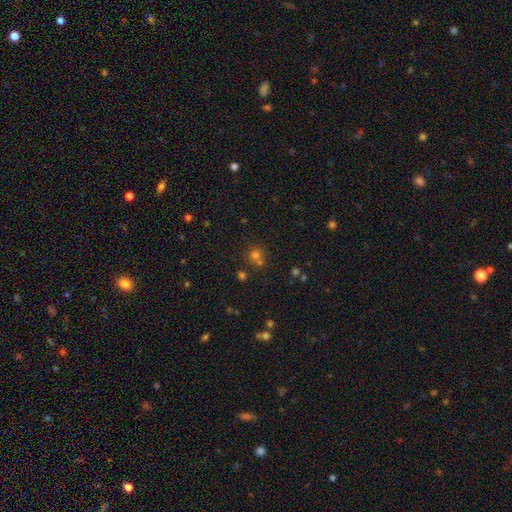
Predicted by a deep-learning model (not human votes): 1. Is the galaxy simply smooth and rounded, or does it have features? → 60% smooth, 32% star or artifact, 8% featured or disk.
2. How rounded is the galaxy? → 89% round, 10% in between, 1% cigar-shaped.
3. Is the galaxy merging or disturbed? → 65% none, 24% merger, 8% minor disturbance, 3% major disturbance.